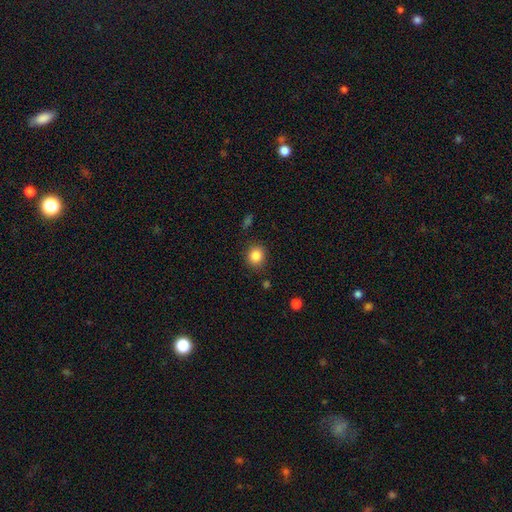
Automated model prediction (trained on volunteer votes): smooth_or_featured: smooth (p=0.85) [alt: star or artifact p=0.10]
how_rounded: round (p=0.81) [alt: in between p=0.18]
merging: none (p=0.85) [alt: minor disturbance p=0.10]